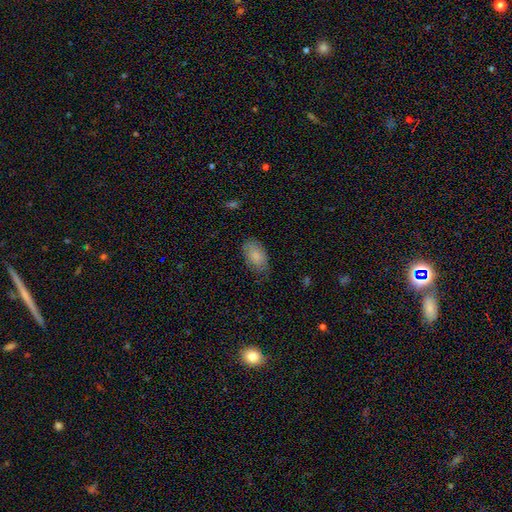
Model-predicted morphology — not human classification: Q: Smooth or featured?
A: smooth (83%); runner-up: featured or disk (10%)
Q: How rounded?
A: in between (93%); runner-up: round (5%)
Q: Merging?
A: none (66%); runner-up: minor disturbance (27%)